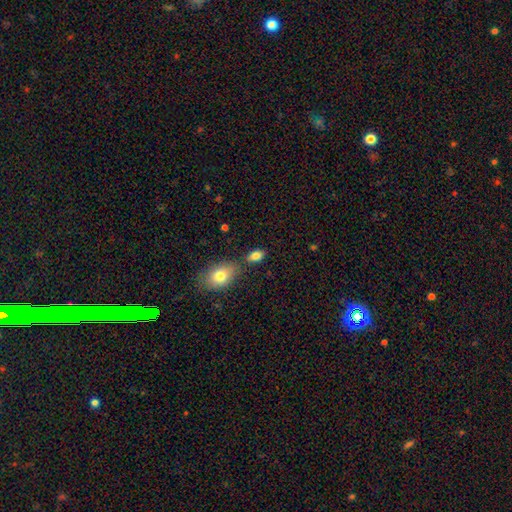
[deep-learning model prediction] Smooth or featured? smooth (83%)
How rounded? in between (89%)
Merging? none (67%)